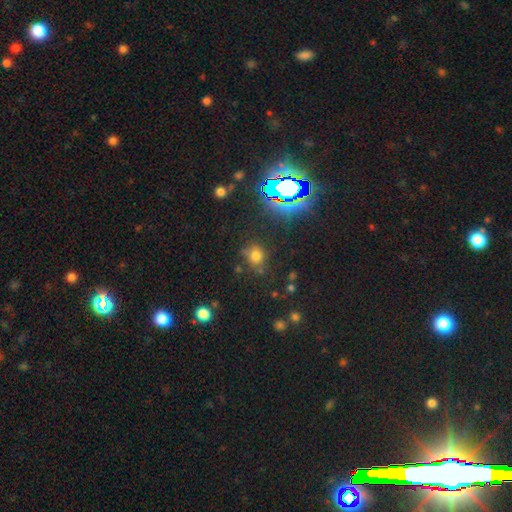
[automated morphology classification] Smooth or featured? smooth (65%)
How rounded? round (76%)
Merging? none (71%)